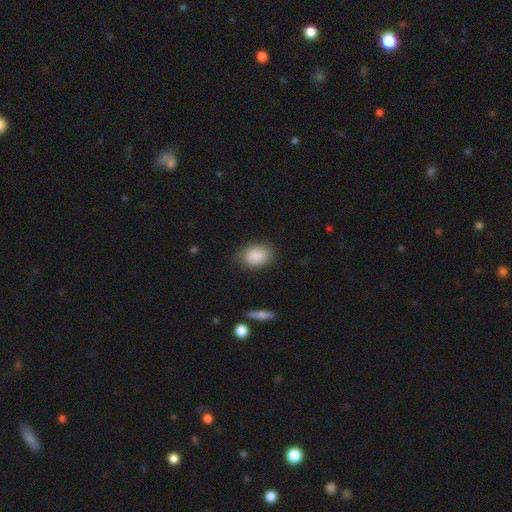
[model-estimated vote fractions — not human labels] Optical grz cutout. It shows a smooth galaxy with no disk features (88%) that is in between round and cigar-shaped (75%). Merging: none (83%).